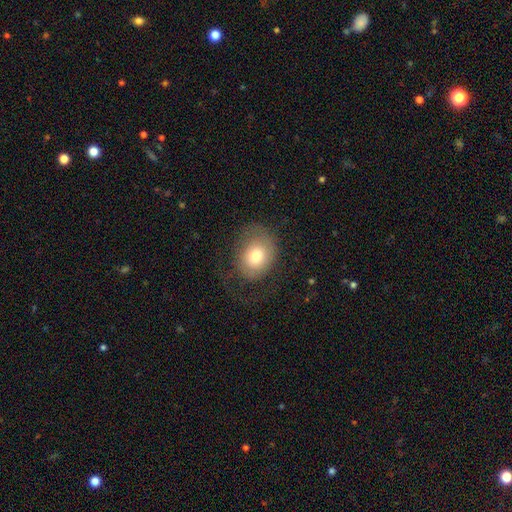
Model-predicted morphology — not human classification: Smooth or featured? smooth (69%)
How rounded? in between (50%)
Merging? none (54%)